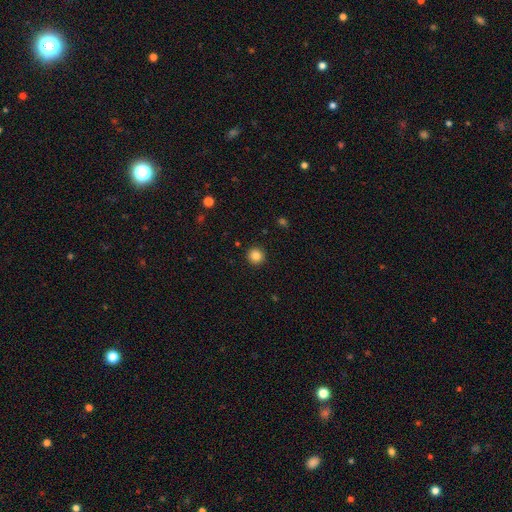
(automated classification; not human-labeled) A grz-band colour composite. It shows a smooth galaxy with no disk features (85%) that is round (95%). Merging: none (93%).